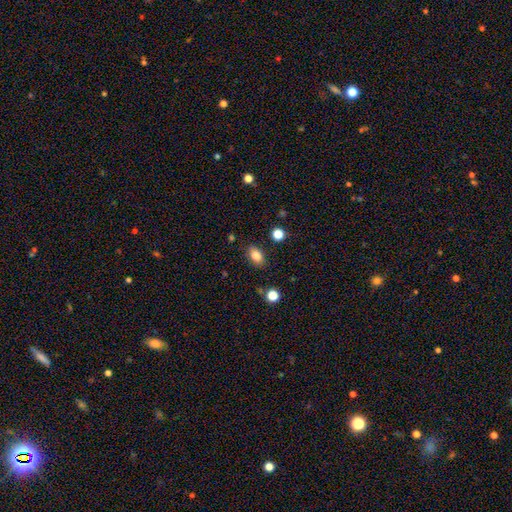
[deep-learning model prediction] Smooth or featured?
  - smooth: 83% *
  - star or artifact: 10%
  - featured or disk: 8%
How rounded?
  - in between: 84% *
  - round: 14%
  - cigar-shaped: 2%
Merging?
  - none: 85% *
  - minor disturbance: 10%
  - major disturbance: 3%
  - merger: 2%